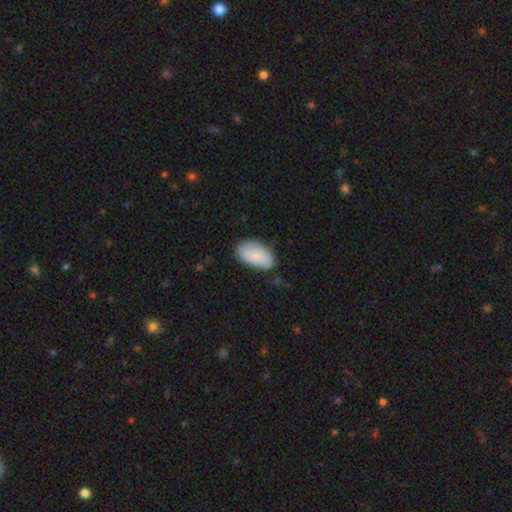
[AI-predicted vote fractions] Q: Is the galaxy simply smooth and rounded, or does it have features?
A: smooth — 75%.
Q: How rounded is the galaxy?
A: in between — 94%.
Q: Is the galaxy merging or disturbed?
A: none — 71%.